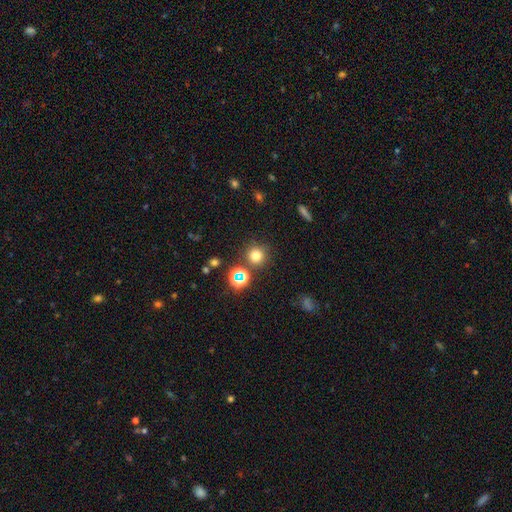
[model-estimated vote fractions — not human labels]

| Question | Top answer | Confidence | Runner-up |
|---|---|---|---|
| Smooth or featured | smooth | 72% | star or artifact (21%) |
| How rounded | round | 94% | in between (5%) |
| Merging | none | 83% | minor disturbance (7%) |